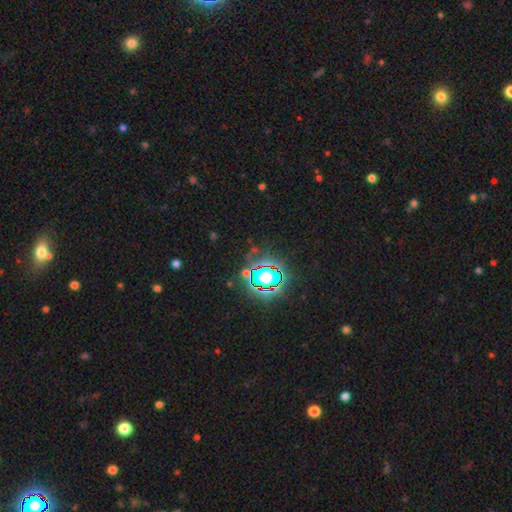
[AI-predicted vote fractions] Smooth or featured?
  - star or artifact: 82% *
  - smooth: 10%
  - featured or disk: 8%